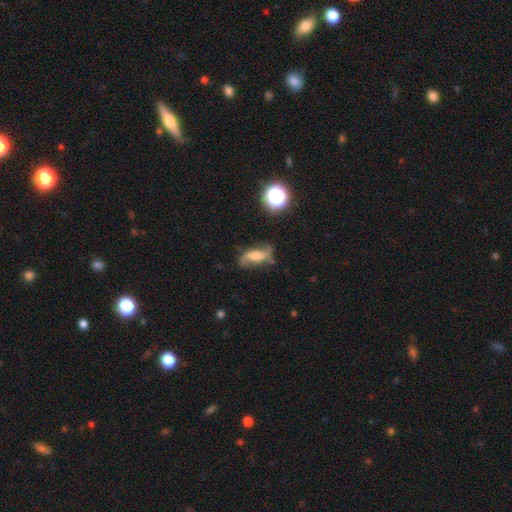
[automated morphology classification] Overall: featured or disk (62%; smooth 27%). Edge-on disk: no (88%). Bar: no (46%; weak 36%). Spiral arms: yes (89%). Bulge size: moderate (41%; small 28%). Merging: none (60%; minor disturbance 24%).